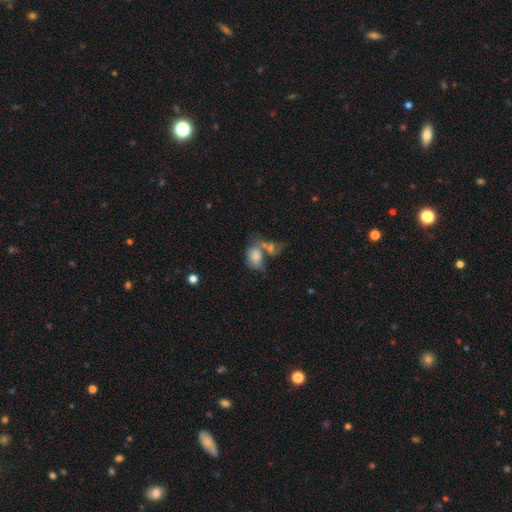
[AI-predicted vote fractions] A smooth galaxy with no disk features (72%) that is in between round and cigar-shaped (75%).

Vote fractions:
- Smooth or featured? smooth: 72% / featured or disk: 18% / star or artifact: 10%
- How rounded? in between: 75% / round: 23% / cigar-shaped: 2%
- Merging? merger: 52% / none: 22% / major disturbance: 13% / minor disturbance: 13%